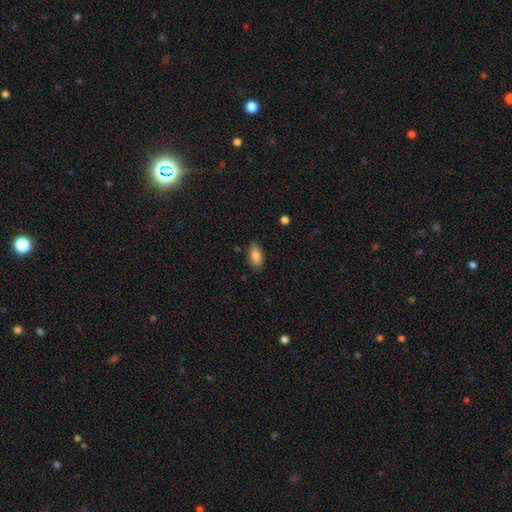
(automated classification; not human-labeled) smooth_or_featured: smooth (p=0.85) [alt: star or artifact p=0.08]
how_rounded: in between (p=0.90) [alt: cigar-shaped p=0.06]
merging: none (p=0.83) [alt: minor disturbance p=0.13]